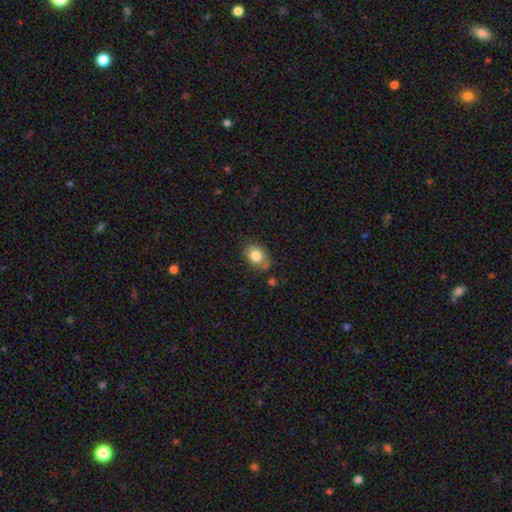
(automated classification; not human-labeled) Smooth or featured?
  - smooth: 83% *
  - star or artifact: 9%
  - featured or disk: 8%
How rounded?
  - in between: 63% *
  - round: 36%
  - cigar-shaped: 1%
Merging?
  - none: 69% *
  - minor disturbance: 21%
  - major disturbance: 5%
  - merger: 5%